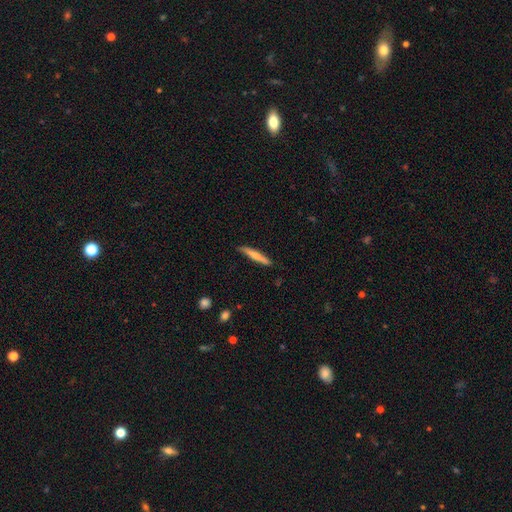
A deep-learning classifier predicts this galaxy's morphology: This is possibly a smooth galaxy (60%). How rounded: clearly cigar-shaped (94%). Merging: clearly none (86%).